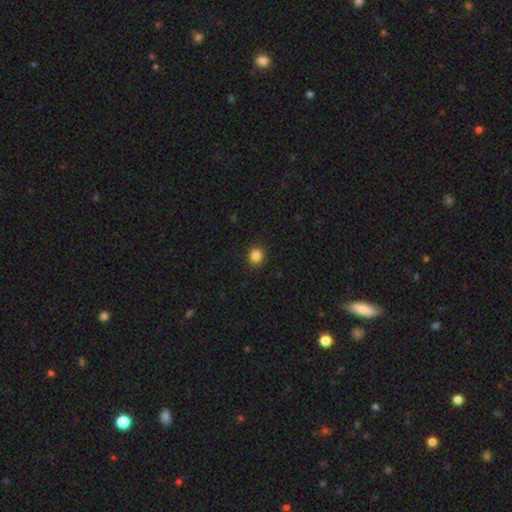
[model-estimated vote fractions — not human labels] Smooth or featured? Predicted: smooth (p=0.85). How rounded? Predicted: round (p=0.85). Merging? Predicted: none (p=0.92).